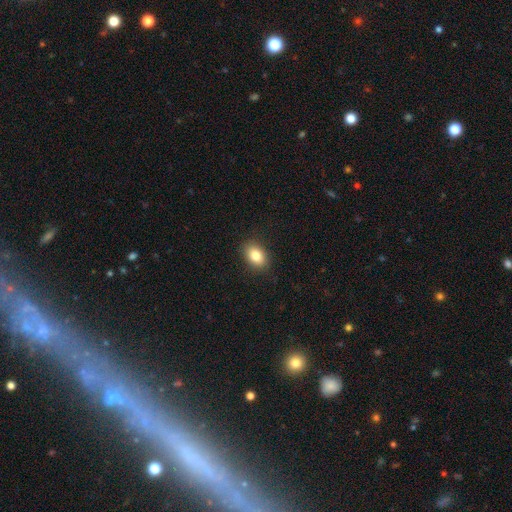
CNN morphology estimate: A smooth galaxy with no disk features (83%) that is in between round and cigar-shaped (82%). Merging: none (88%).